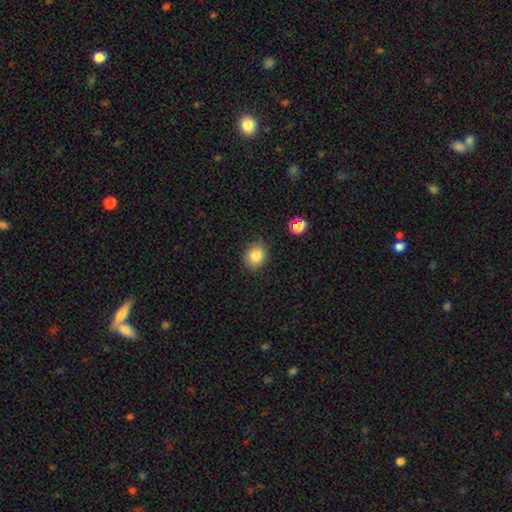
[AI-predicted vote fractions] smooth_or_featured: smooth (p=0.84) [alt: star or artifact p=0.10]
how_rounded: round (p=0.77) [alt: in between p=0.22]
merging: none (p=0.87) [alt: minor disturbance p=0.09]